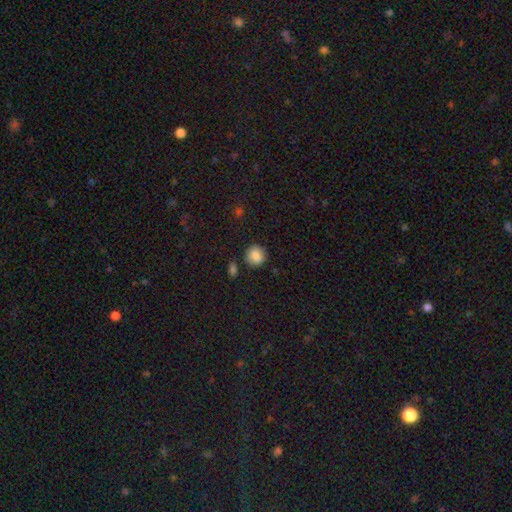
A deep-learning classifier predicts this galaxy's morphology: Smooth or featured: smooth — 87% (star or artifact — 9%)
How rounded: round — 89% (in between — 10%)
Merging: none — 84% (minor disturbance — 10%)